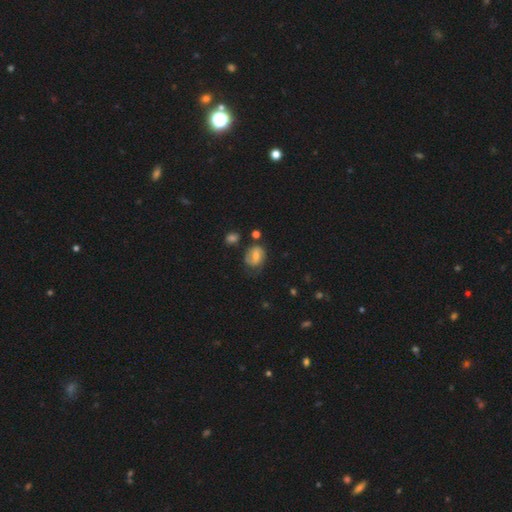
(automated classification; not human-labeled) Smooth or featured? Predicted: smooth (p=0.47). Merging? Predicted: none (p=0.56).